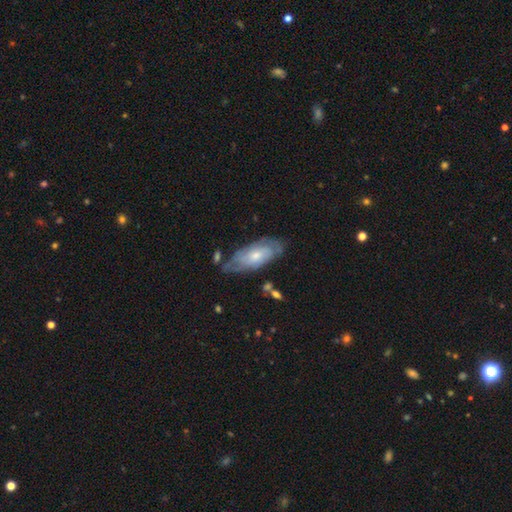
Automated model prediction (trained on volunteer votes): Smooth or featured? Predicted: featured or disk (p=0.61). Edge-on disk? Predicted: no (p=0.88). Bar? Predicted: no (p=0.71). Spiral arms? Predicted: yes (p=0.80). Bulge size? Predicted: moderate (p=0.48). Merging? Predicted: none (p=0.60).